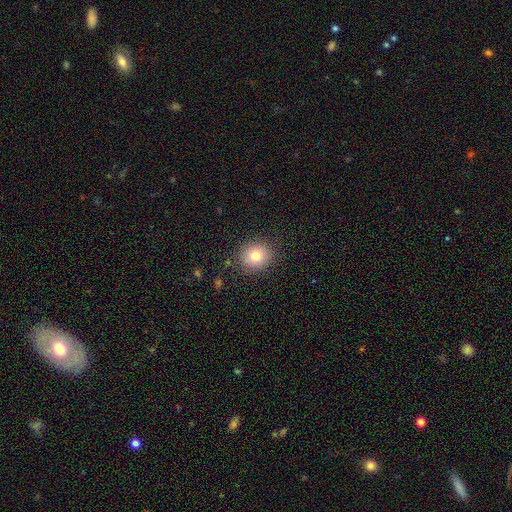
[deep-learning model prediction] Morphology: type=smooth (78%); roundness=round (81%); merging=none (87%).